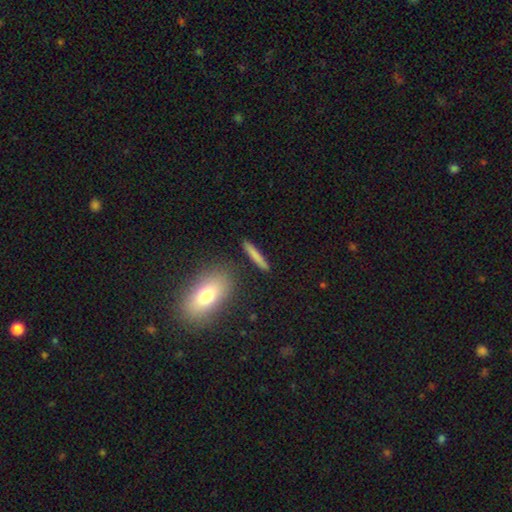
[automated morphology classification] Smooth or featured?
  - smooth: 76% *
  - featured or disk: 17%
  - star or artifact: 6%
How rounded?
  - cigar-shaped: 91% *
  - in between: 6%
  - round: 3%
Merging?
  - none: 87% *
  - minor disturbance: 8%
  - merger: 3%
  - major disturbance: 2%